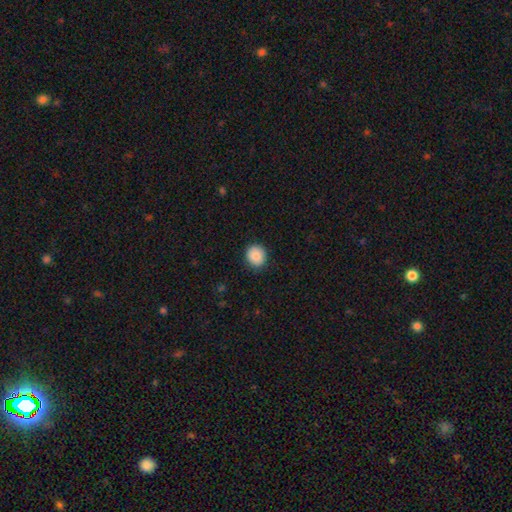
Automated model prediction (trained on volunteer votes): This appears to be a smooth galaxy with no disk features (86%) that is round (83%). Merging: none (89%).